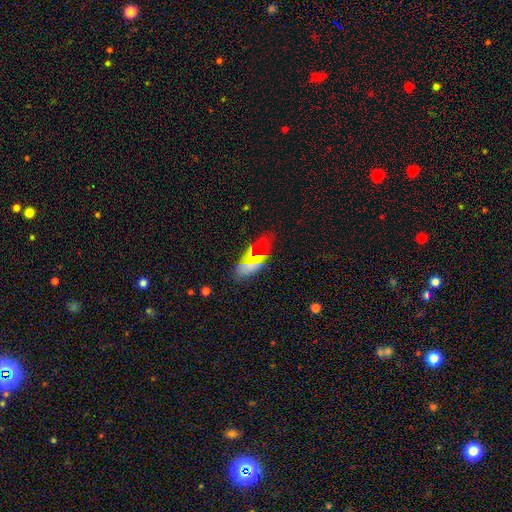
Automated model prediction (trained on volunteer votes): Overall: smooth (47%; star or artifact 32%). Merging: none (63%).